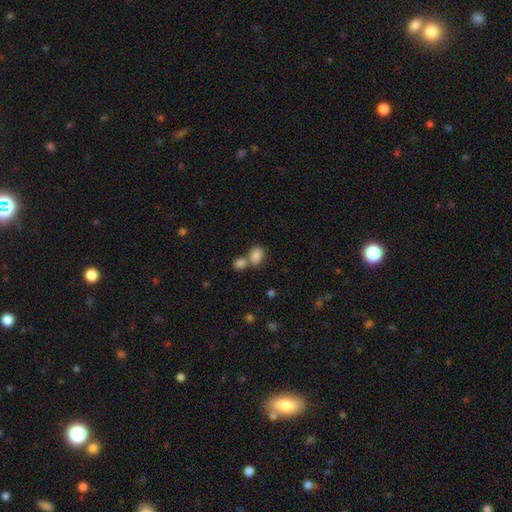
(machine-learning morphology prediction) Smooth or featured: smooth — 84% (star or artifact — 9%)
How rounded: in between — 61% (round — 37%)
Merging: merger — 50% (none — 38%)